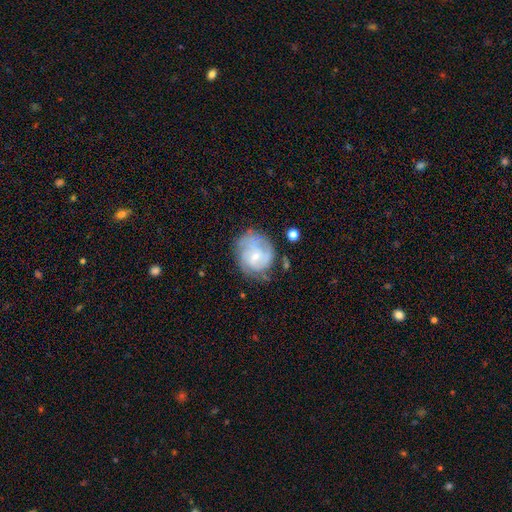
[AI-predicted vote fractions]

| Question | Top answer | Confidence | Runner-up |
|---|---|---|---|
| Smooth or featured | featured or disk | 62% | smooth (31%) |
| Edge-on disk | no | 98% | yes (2%) |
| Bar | no | 57% | weak (37%) |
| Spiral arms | yes | 78% | no (22%) |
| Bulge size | small | 65% | moderate (29%) |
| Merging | none | 56% | minor disturbance (26%) |